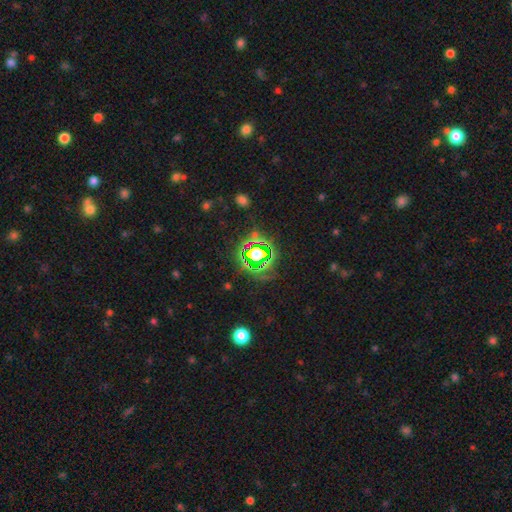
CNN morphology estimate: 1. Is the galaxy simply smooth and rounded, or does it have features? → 71% star or artifact, 17% smooth, 12% featured or disk.